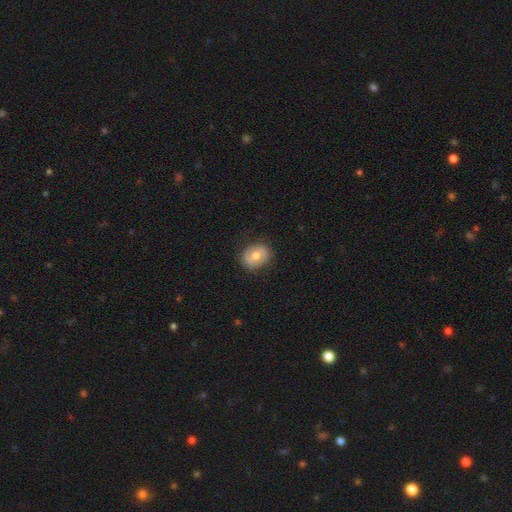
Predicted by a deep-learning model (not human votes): This appears to be a smooth galaxy with no disk features (63%) that is round (56%). Merging: none (83%).